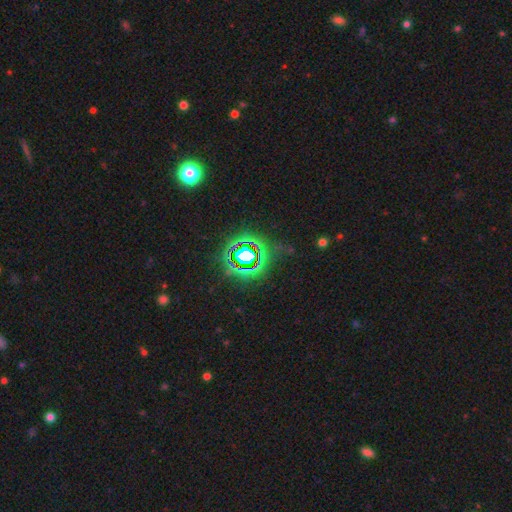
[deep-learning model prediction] Overall: star or artifact (78%).